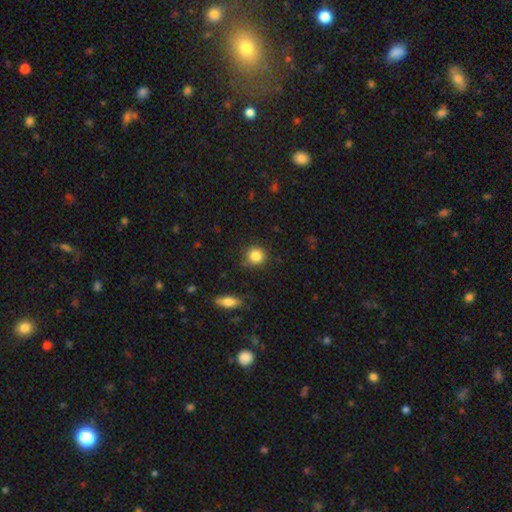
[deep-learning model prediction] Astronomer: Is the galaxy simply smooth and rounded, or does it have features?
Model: smooth — 85%.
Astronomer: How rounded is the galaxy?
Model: round — 90%.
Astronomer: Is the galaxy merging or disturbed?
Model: none — 84%.